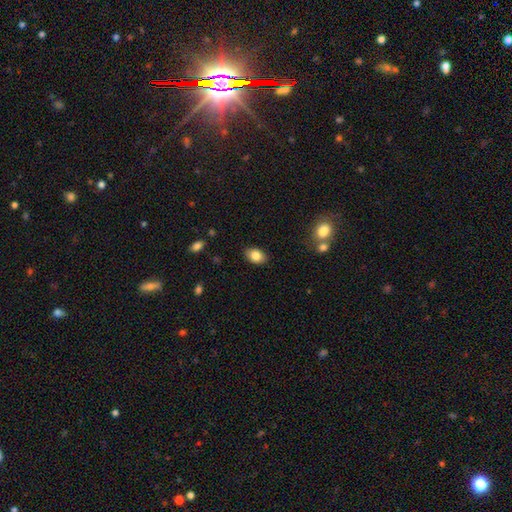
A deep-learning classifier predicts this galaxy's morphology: smooth 84%, featured or disk 8%, star or artifact 8%. Down the decision tree: how rounded — in between (83%); merging — none (86%).